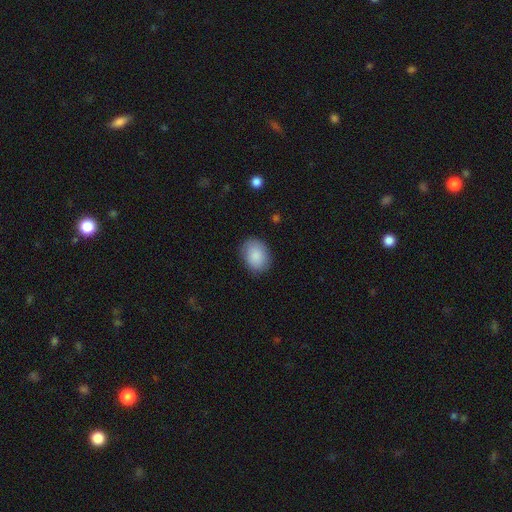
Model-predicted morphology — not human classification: smooth_or_featured: smooth (p=0.88) [alt: star or artifact p=0.07]
how_rounded: in between (p=0.62) [alt: round p=0.37]
merging: none (p=0.83) [alt: minor disturbance p=0.13]